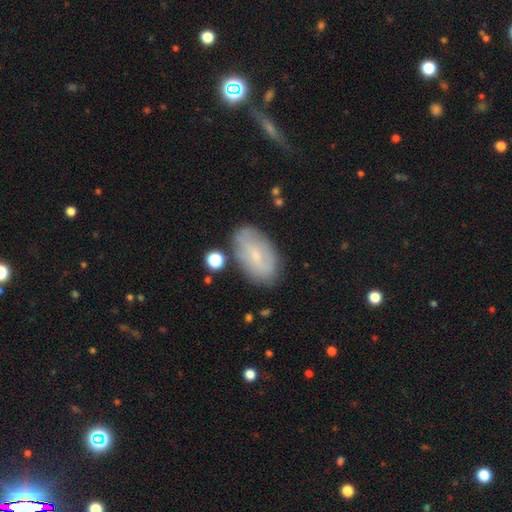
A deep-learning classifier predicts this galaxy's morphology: Smooth or featured?
  - smooth: 56% *
  - featured or disk: 36%
  - star or artifact: 8%
How rounded?
  - in between: 92% *
  - round: 5%
  - cigar-shaped: 3%
Merging?
  - none: 74% *
  - minor disturbance: 18%
  - major disturbance: 5%
  - merger: 4%